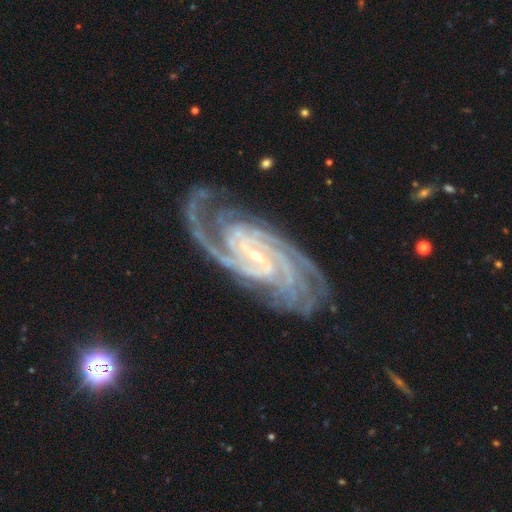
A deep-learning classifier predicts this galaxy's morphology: Q: Smooth or featured?
A: featured or disk (93%); runner-up: star or artifact (5%)
Q: Edge-on disk?
A: no (96%); runner-up: yes (4%)
Q: Bar?
A: weak (39%); runner-up: no (31%)
Q: Spiral arms?
A: yes (99%); runner-up: no (1%)
Q: Spiral winding?
A: tight (68%); runner-up: medium (28%)
Q: Spiral arm count?
A: 4 (25%); runner-up: 3 (19%)
Q: Bulge size?
A: small (84%); runner-up: moderate (11%)
Q: Merging?
A: none (78%); runner-up: minor disturbance (15%)